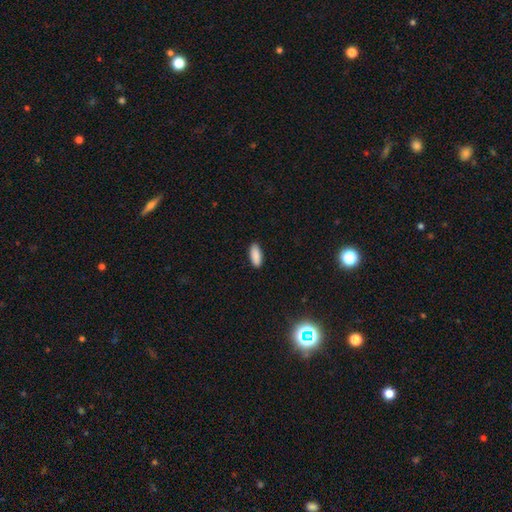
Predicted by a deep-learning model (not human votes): smooth 89%, star or artifact 7%, featured or disk 4%. Down the decision tree: how rounded — in between (78%); merging — none (89%).